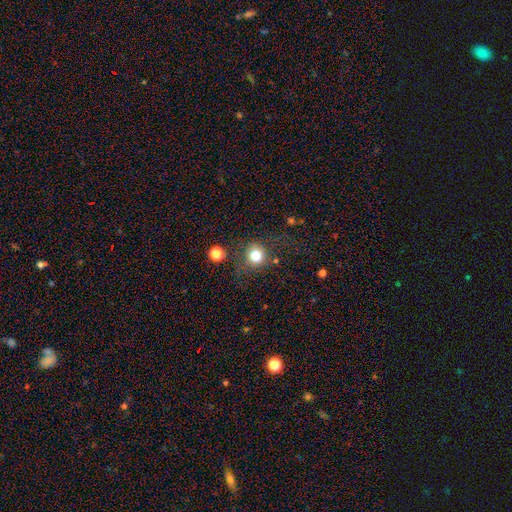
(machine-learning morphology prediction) Smooth or featured: smooth — 79% (star or artifact — 13%)
How rounded: round — 89% (in between — 10%)
Merging: none — 73% (minor disturbance — 14%)